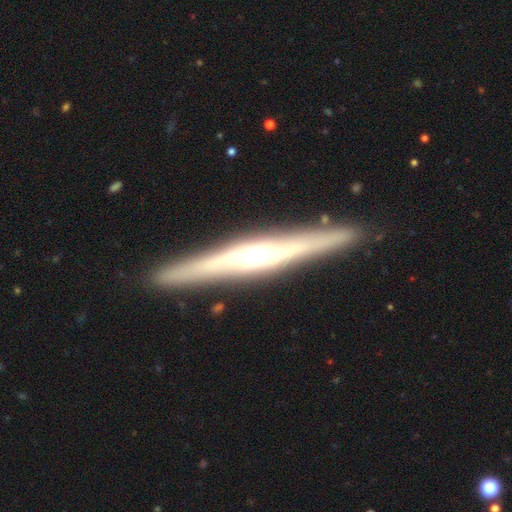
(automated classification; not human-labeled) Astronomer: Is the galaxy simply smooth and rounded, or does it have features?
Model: featured or disk — 81%.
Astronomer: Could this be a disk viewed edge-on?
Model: yes — 96%.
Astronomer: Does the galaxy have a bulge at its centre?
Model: rounded — 73%.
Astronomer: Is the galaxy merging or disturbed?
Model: none — 90%.